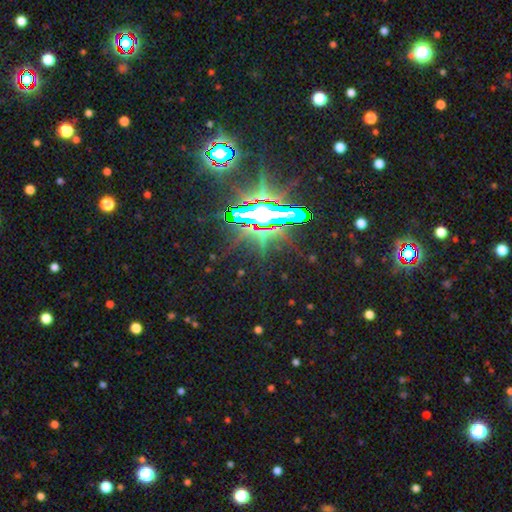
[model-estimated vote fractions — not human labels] This appears to be a star or artifact, not a galaxy (84%).